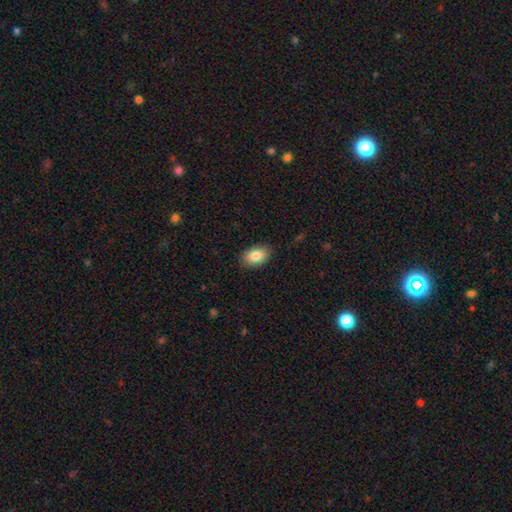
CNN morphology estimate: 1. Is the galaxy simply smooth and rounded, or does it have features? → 85% smooth, 8% featured or disk, 7% star or artifact.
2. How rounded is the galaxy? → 89% in between, 10% round, 1% cigar-shaped.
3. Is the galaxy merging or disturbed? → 87% none, 10% minor disturbance, 2% major disturbance, 1% merger.